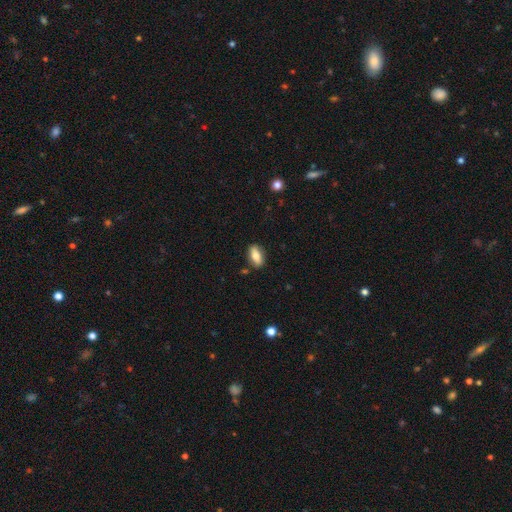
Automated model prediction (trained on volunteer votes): Smooth or featured?
  - smooth: 71% *
  - featured or disk: 21%
  - star or artifact: 7%
How rounded?
  - in between: 83% *
  - cigar-shaped: 13%
  - round: 5%
Merging?
  - none: 84% *
  - minor disturbance: 11%
  - merger: 3%
  - major disturbance: 2%